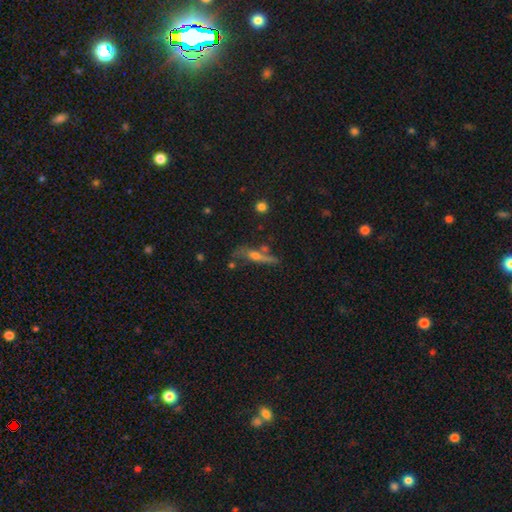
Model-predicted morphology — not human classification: Overall: featured or disk (52%; smooth 36%). Edge-on disk: yes (76%). Merging: none (52%; minor disturbance 21%).